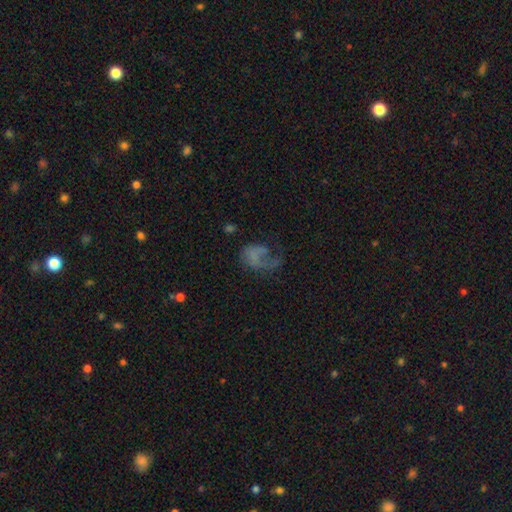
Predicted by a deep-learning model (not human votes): smooth-or-featured: smooth: 47% | featured or disk: 40% | star or artifact: 14%
  merging: major disturbance: 52% | none: 25% | minor disturbance: 18% | merger: 5%